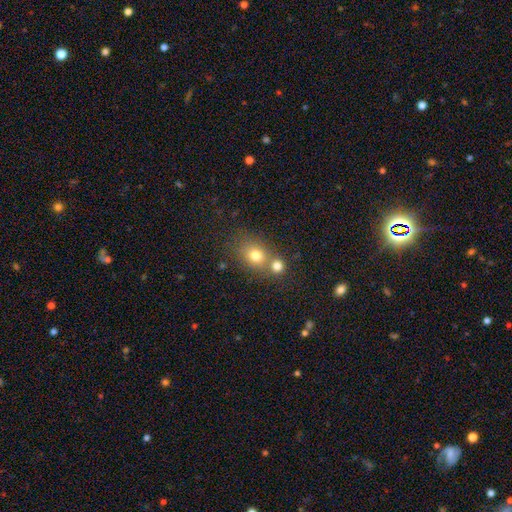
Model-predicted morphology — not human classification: A smooth galaxy with no disk features (75%) that is round (66%).

Vote fractions:
- Smooth or featured? smooth: 75% / star or artifact: 13% / featured or disk: 12%
- How rounded? round: 66% / in between: 33% / cigar-shaped: 1%
- Merging? none: 45% / merger: 43% / minor disturbance: 9% / major disturbance: 3%